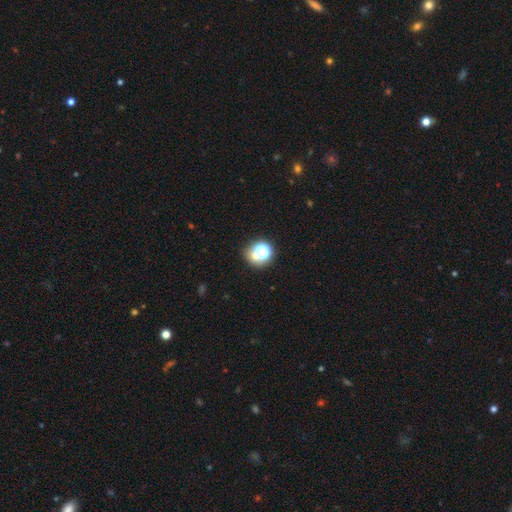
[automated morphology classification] Q: Smooth or featured?
A: smooth (49%); runner-up: star or artifact (39%)
Q: Merging?
A: none (65%); runner-up: merger (16%)